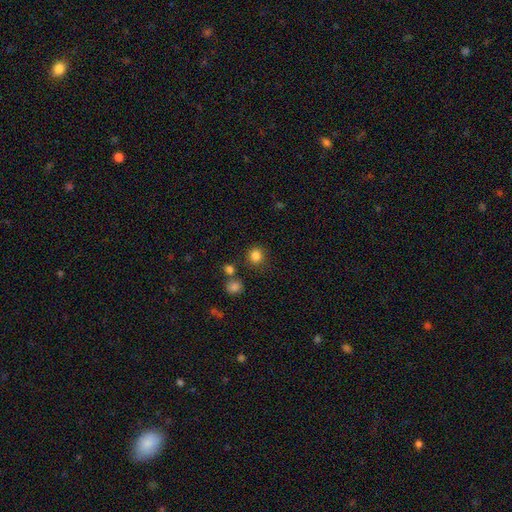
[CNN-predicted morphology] smooth 83%, star or artifact 12%, featured or disk 4%. Down the decision tree: how rounded — round (87%); merging — none (82%).